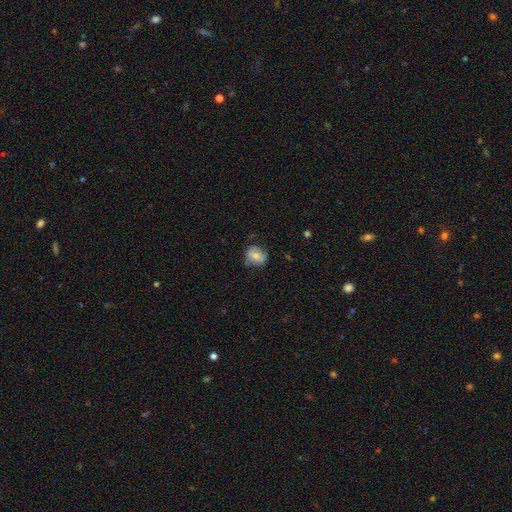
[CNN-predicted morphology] smooth_or_featured: smooth (p=0.64) [alt: featured or disk p=0.28]
how_rounded: round (p=0.63) [alt: in between p=0.36]
merging: none (p=0.65) [alt: minor disturbance p=0.27]